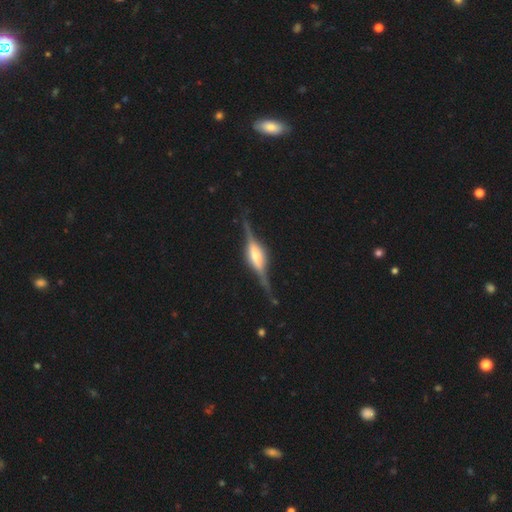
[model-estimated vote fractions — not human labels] Q: Smooth or featured?
A: featured or disk (87%); runner-up: smooth (8%)
Q: Edge-on disk?
A: yes (98%); runner-up: no (2%)
Q: Edge-on bulge?
A: rounded (70%); runner-up: boxy (27%)
Q: Merging?
A: none (83%); runner-up: minor disturbance (12%)